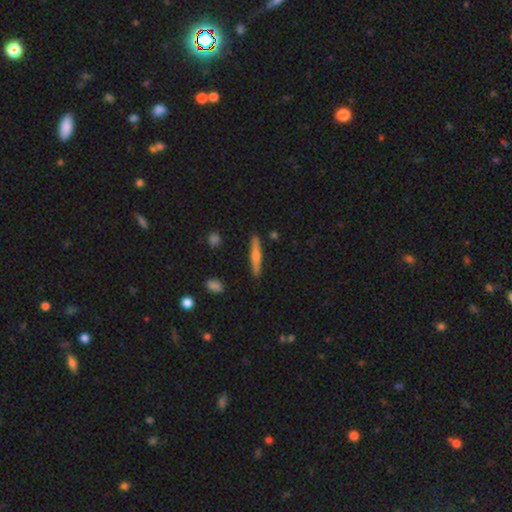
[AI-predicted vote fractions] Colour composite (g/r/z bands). It shows a featured or disk galaxy (51%) viewed edge-on (97%). Merging: none (89%).